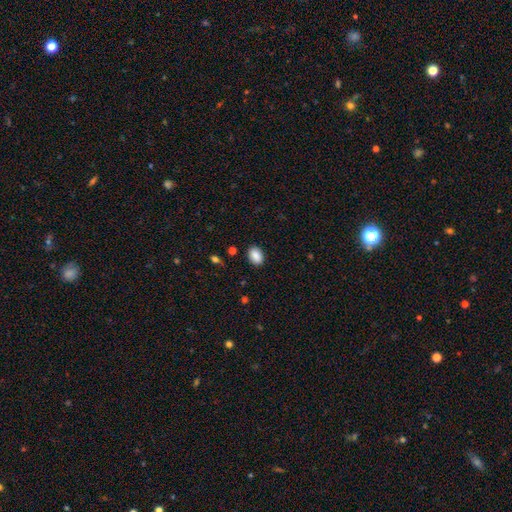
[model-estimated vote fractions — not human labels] Q: Smooth or featured?
A: smooth (88%); runner-up: star or artifact (8%)
Q: How rounded?
A: in between (78%); runner-up: round (21%)
Q: Merging?
A: none (87%); runner-up: minor disturbance (9%)